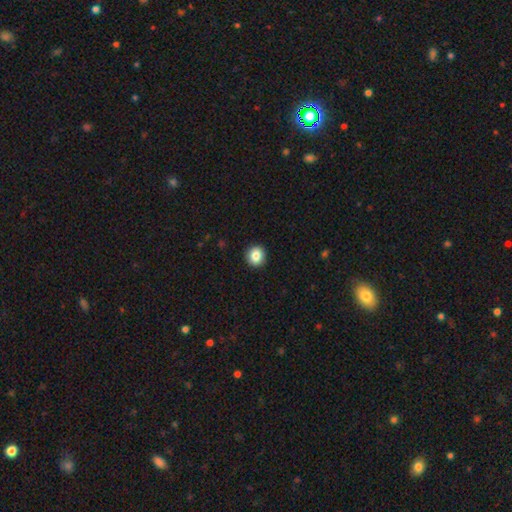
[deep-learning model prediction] Morphology: type=smooth (85%); roundness=round (87%); merging=none (92%).